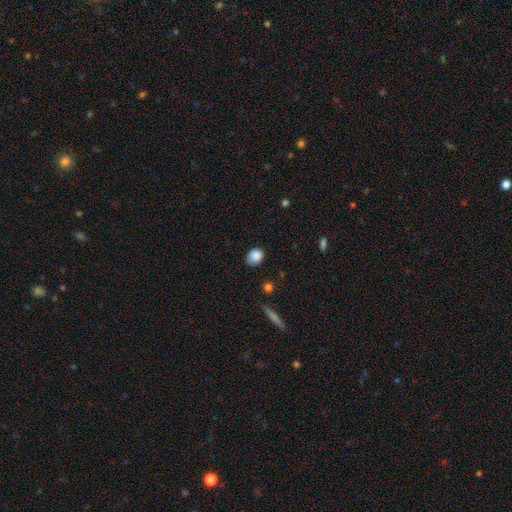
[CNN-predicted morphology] This is clearly a smooth galaxy (85%). How rounded: possibly in between (51%). Merging: likely none (71%).